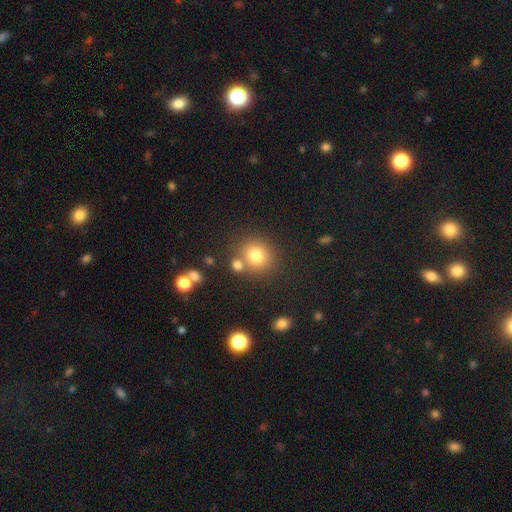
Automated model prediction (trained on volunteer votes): smooth_or_featured: smooth (p=0.77) [alt: star or artifact p=0.13]
how_rounded: round (p=0.86) [alt: in between p=0.14]
merging: none (p=0.70) [alt: merger p=0.17]